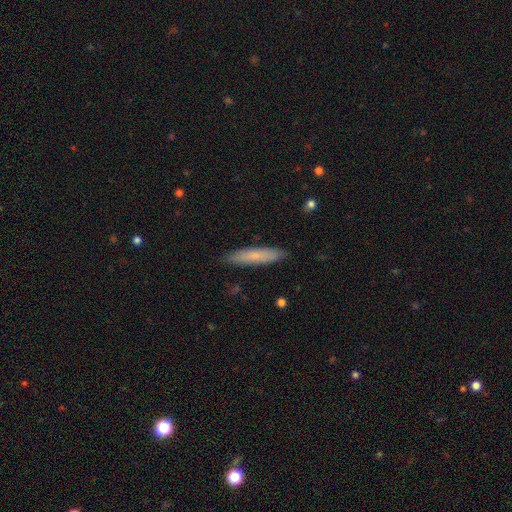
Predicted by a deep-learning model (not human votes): Overall: smooth (71%). How rounded: cigar-shaped (87%). Merging: none (88%).